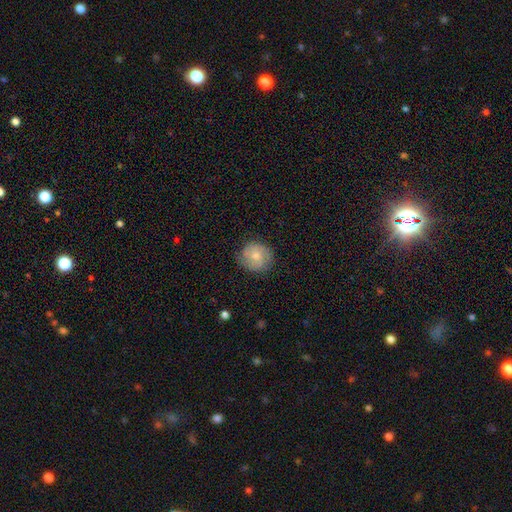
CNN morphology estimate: Smooth or featured: smooth — 62% (featured or disk — 31%)
How rounded: round — 86% (in between — 13%)
Merging: none — 78% (minor disturbance — 17%)